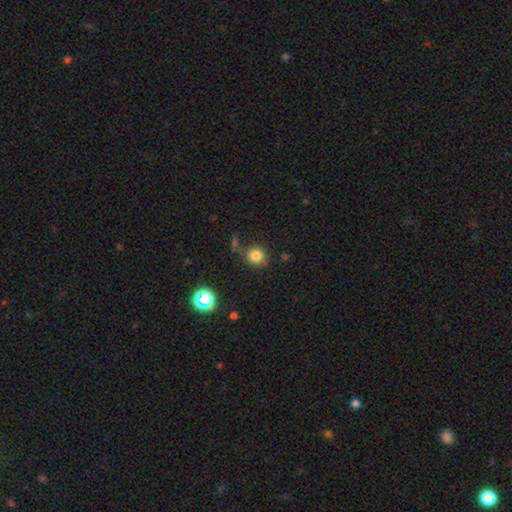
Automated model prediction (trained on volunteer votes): A smooth galaxy with no disk features (81%) that is round (87%). Merging: none (74%).